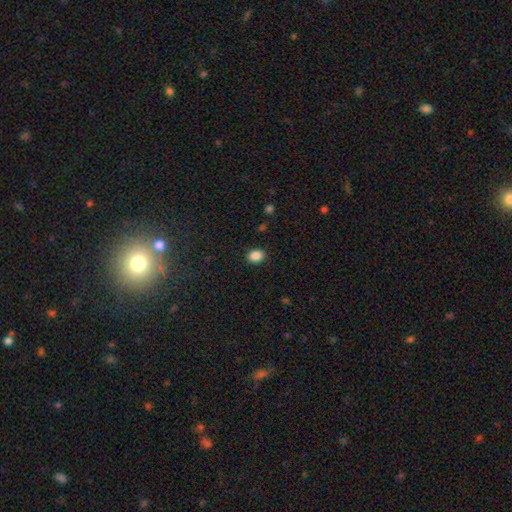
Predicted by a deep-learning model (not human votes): Smooth or featured? Predicted: smooth (p=0.87). How rounded? Predicted: in between (p=0.56). Merging? Predicted: none (p=0.89).